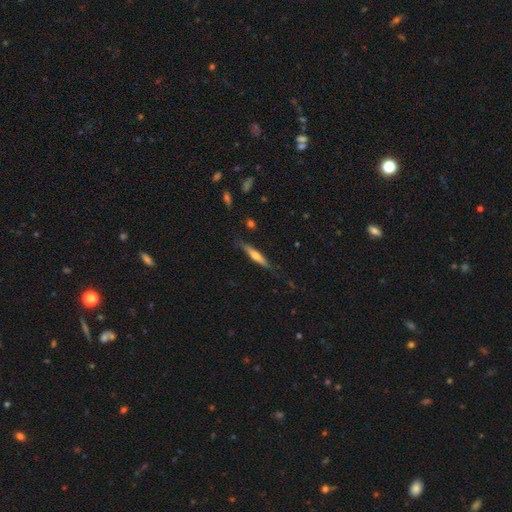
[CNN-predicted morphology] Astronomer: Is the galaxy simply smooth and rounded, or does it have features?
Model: featured or disk — 51% (runner-up: smooth, 43%).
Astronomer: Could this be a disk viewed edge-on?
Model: yes — 94%.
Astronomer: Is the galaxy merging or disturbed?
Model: none — 81%.